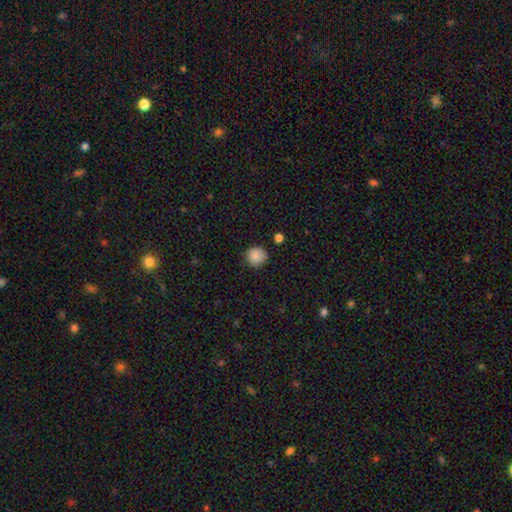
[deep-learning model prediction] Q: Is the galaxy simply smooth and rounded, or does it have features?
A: smooth — 87%.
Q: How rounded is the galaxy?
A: round — 91%.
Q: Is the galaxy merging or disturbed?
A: none — 85%.